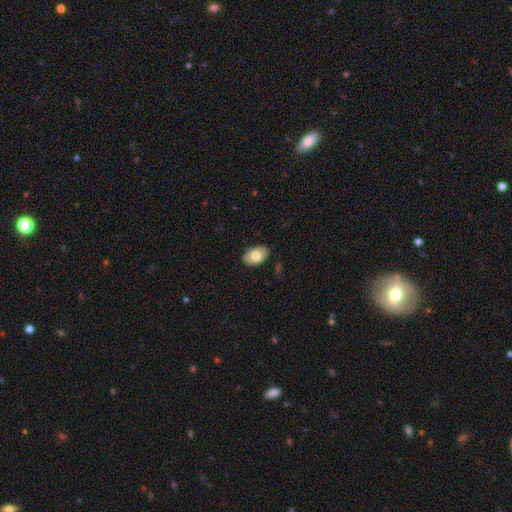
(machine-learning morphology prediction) smooth 74%, featured or disk 19%, star or artifact 7%. Down the decision tree: how rounded — in between (91%); merging — none (84%).